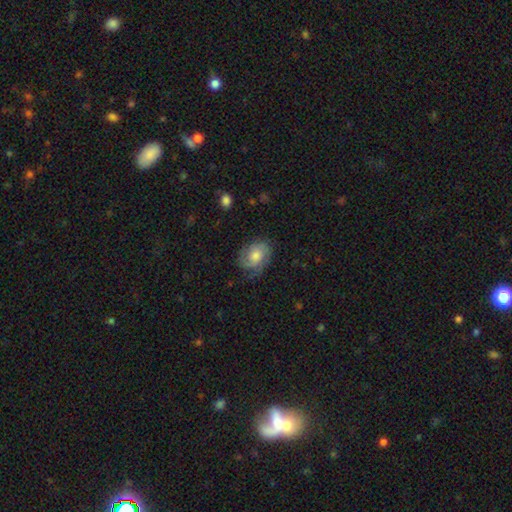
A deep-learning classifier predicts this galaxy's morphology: smooth-or-featured: featured or disk: 48% | smooth: 44% | star or artifact: 8%
  merging: none: 64% | minor disturbance: 24% | major disturbance: 11% | merger: 1%